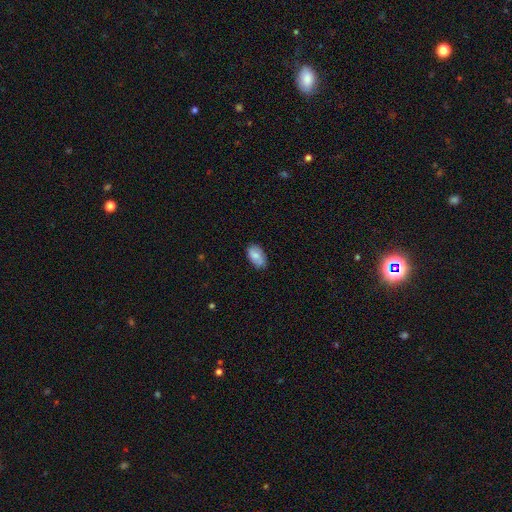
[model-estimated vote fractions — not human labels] smooth-or-featured: smooth: 75% | featured or disk: 18% | star or artifact: 7%
  how-rounded: in between: 93% | round: 5% | cigar-shaped: 2%
  merging: none: 74% | minor disturbance: 21% | major disturbance: 4% | merger: 1%